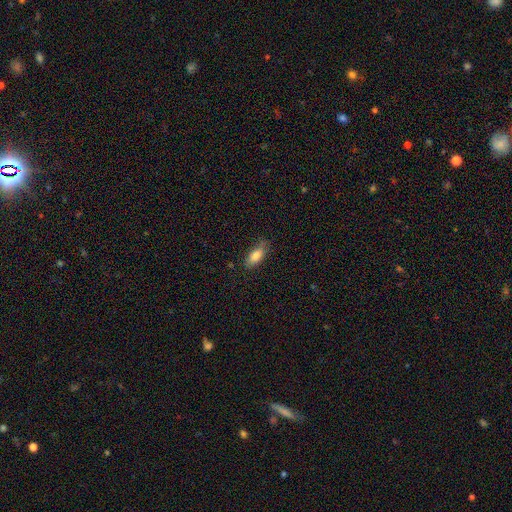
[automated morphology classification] type=smooth (80%); roundness=in between (80%); merging=none (76%).